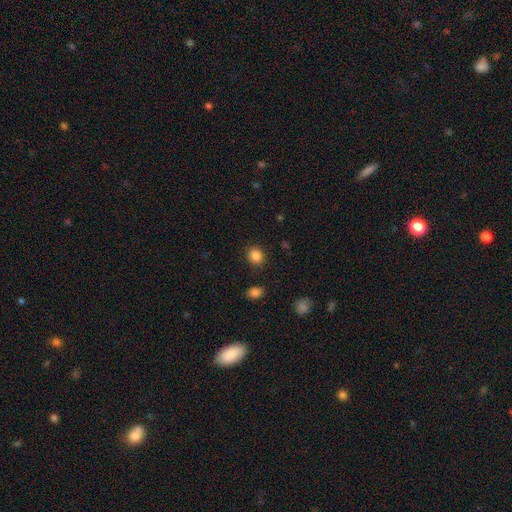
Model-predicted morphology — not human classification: smooth 85%, star or artifact 11%, featured or disk 4%. Down the decision tree: how rounded — round (73%); merging — none (88%).